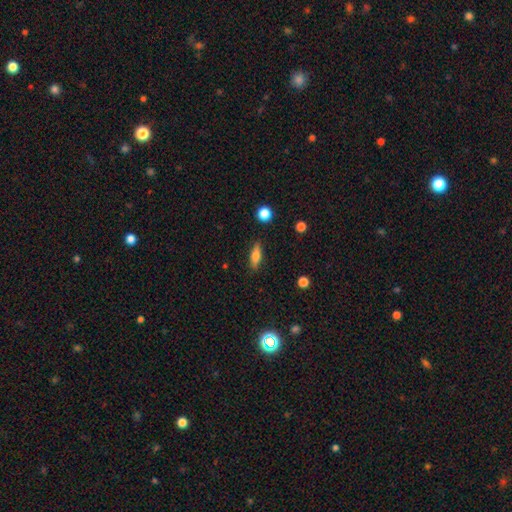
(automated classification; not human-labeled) smooth_or_featured: smooth (p=0.69) [alt: featured or disk p=0.23]
how_rounded: in between (p=0.51) [alt: cigar-shaped p=0.45]
merging: none (p=0.86) [alt: minor disturbance p=0.10]